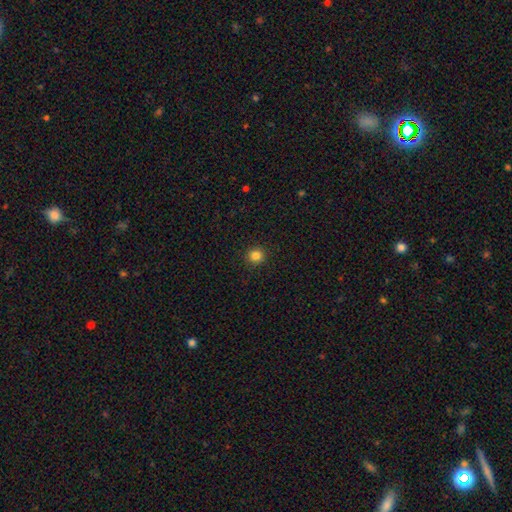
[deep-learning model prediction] Smooth or featured?
  - smooth: 84% *
  - star or artifact: 12%
  - featured or disk: 4%
How rounded?
  - round: 93% *
  - in between: 6%
  - cigar-shaped: 1%
Merging?
  - none: 93% *
  - minor disturbance: 5%
  - major disturbance: 2%
  - merger: 1%